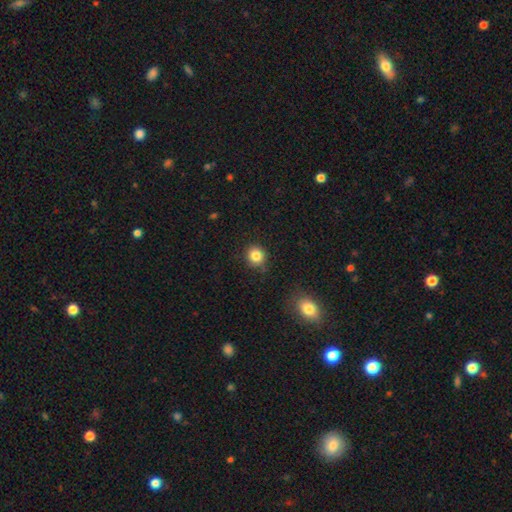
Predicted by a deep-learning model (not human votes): A smooth galaxy with no disk features (85%) that is round (88%). Merging: none (84%).